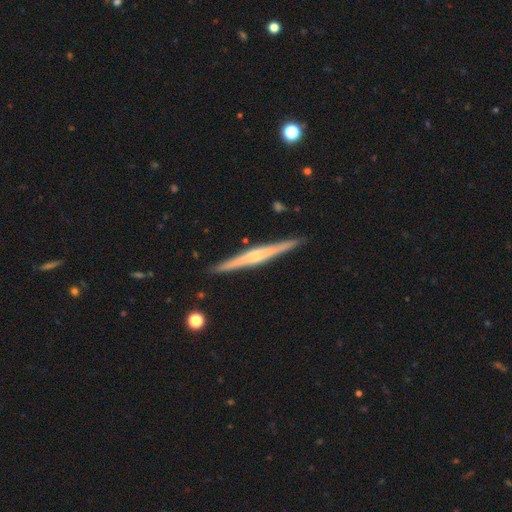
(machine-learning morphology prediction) Smooth or featured? Predicted: featured or disk (p=0.76). Edge-on disk? Predicted: yes (p=0.98). Edge-on bulge? Predicted: rounded (p=0.62). Merging? Predicted: none (p=0.91).